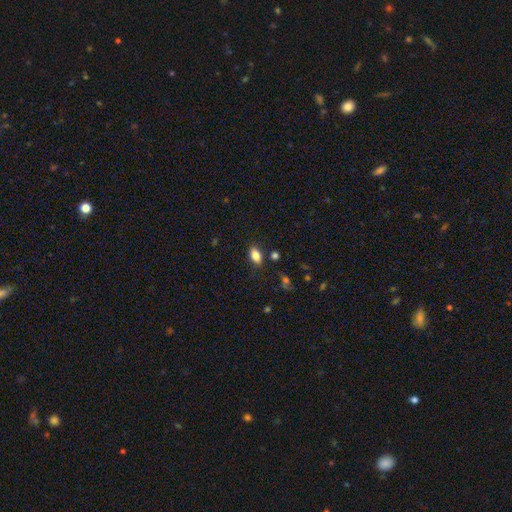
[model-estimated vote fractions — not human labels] smooth 83%, star or artifact 9%, featured or disk 8%. Down the decision tree: how rounded — in between (89%); merging — none (82%).